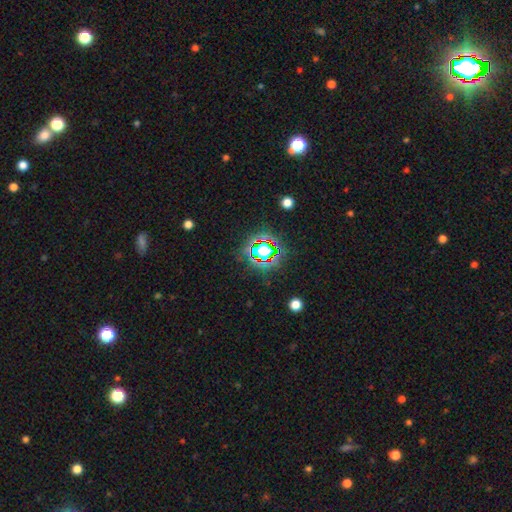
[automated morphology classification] Smooth or featured?
  - star or artifact: 67% *
  - smooth: 21%
  - featured or disk: 11%